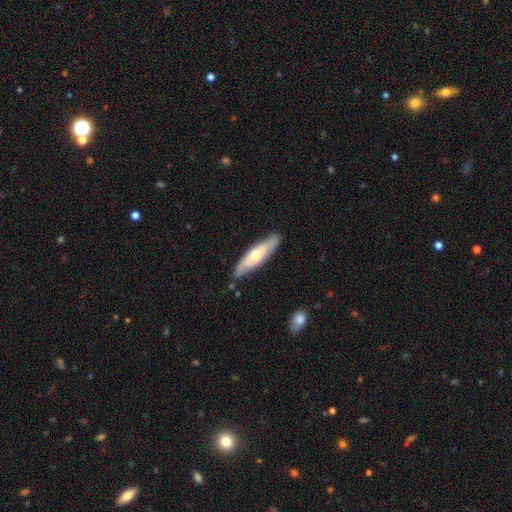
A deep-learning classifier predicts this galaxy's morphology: Smooth or featured: featured or disk — 55% (smooth — 40%)
Edge-on disk: yes — 52% (no — 48%)
Merging: none — 78% (minor disturbance — 17%)